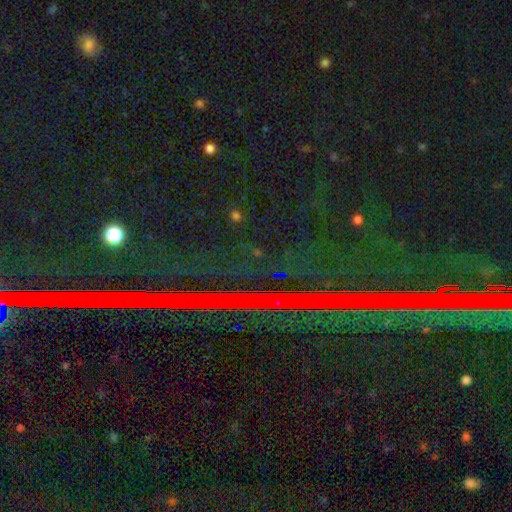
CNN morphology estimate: Smooth or featured: star or artifact — 86% (featured or disk — 7%)